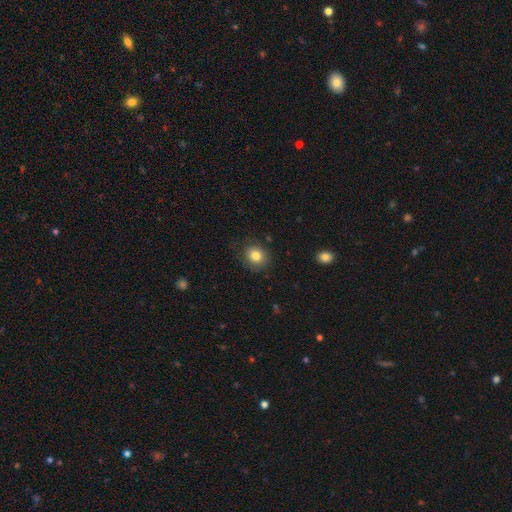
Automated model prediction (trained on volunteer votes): smooth_or_featured: smooth (p=0.82) [alt: star or artifact p=0.10]
how_rounded: round (p=0.76) [alt: in between p=0.23]
merging: none (p=0.84) [alt: minor disturbance p=0.11]